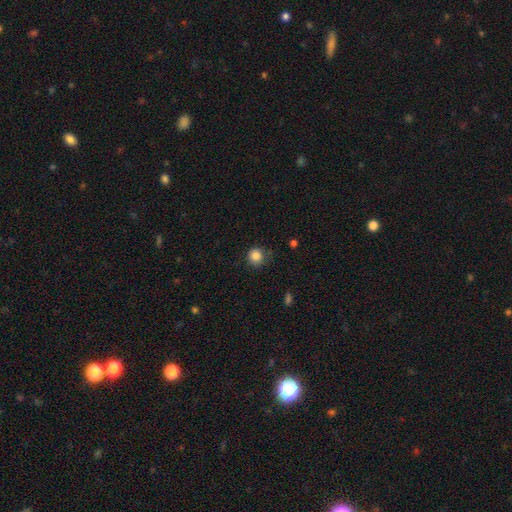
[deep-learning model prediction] The model was most divided on "merging": none: 76%, minor disturbance: 18%, major disturbance: 5%, merger: 1%. More confident: how rounded — round (91%); smooth or featured — smooth (85%).